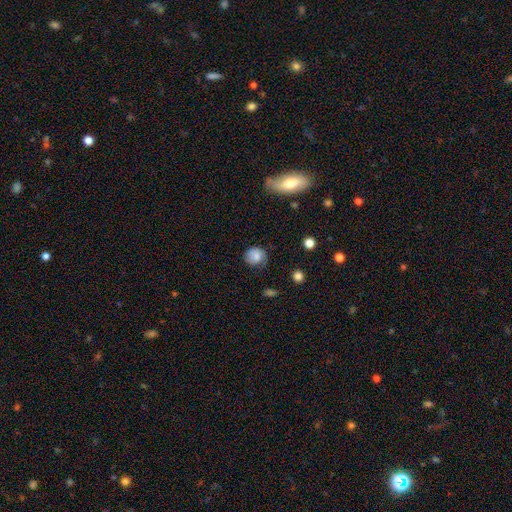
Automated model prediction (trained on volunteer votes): A smooth galaxy with no disk features (76%) that is round (80%). Merging: none (64%).